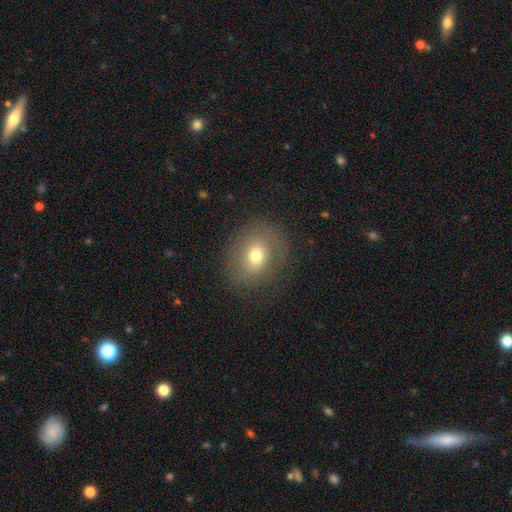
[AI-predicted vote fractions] Morphology: type=smooth (68%); roundness=round (62%); merging=none (81%).